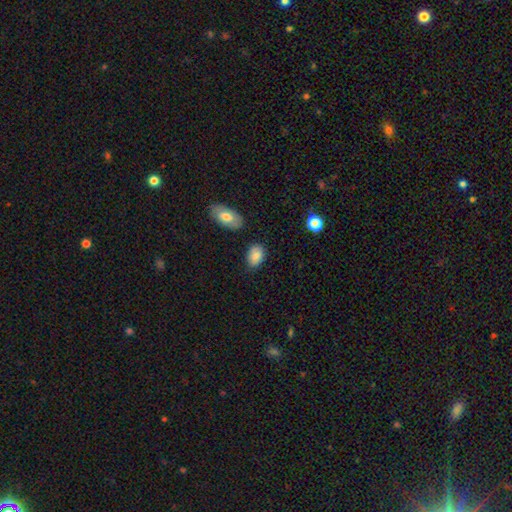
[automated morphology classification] type=smooth (85%); roundness=in between (84%); merging=none (74%).